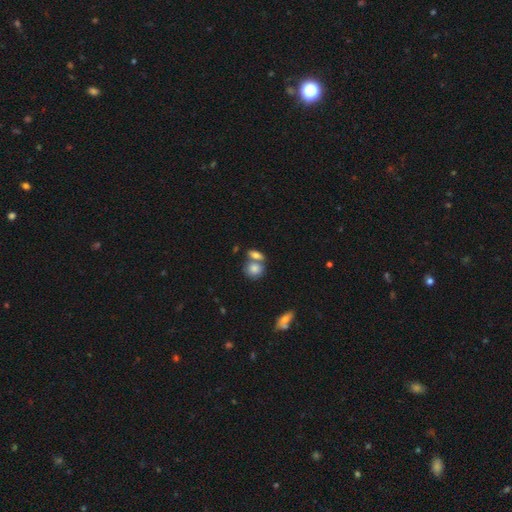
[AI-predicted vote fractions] A smooth galaxy with no disk features (76%) that is in between round and cigar-shaped (63%). Merging: merger (44%).